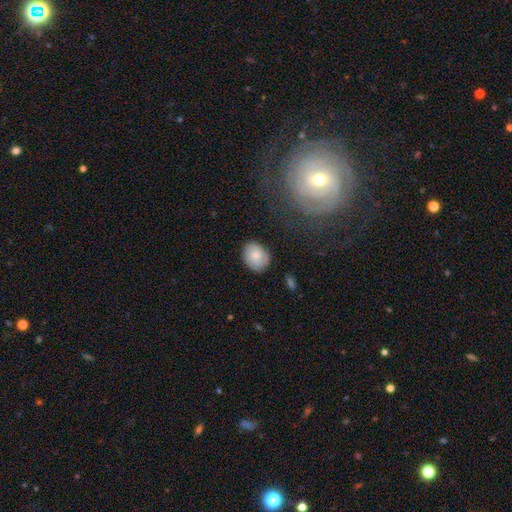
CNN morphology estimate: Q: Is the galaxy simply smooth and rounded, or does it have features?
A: smooth — 63%.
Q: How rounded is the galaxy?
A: in between — 53%.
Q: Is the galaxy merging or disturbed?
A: none — 79%.